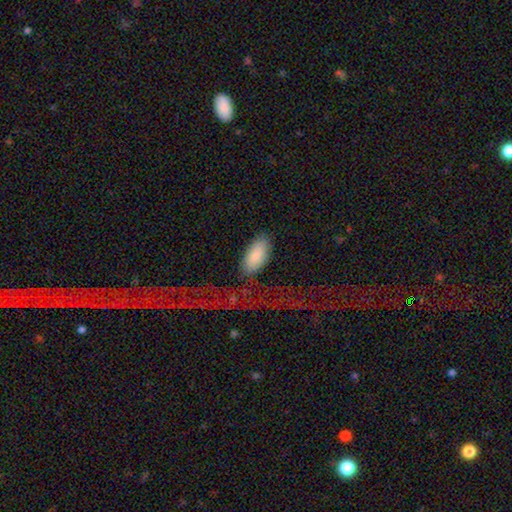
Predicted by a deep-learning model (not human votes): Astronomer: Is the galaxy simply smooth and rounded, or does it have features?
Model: smooth — 86%.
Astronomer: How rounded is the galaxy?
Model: in between — 91%.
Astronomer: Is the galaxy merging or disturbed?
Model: none — 78%.